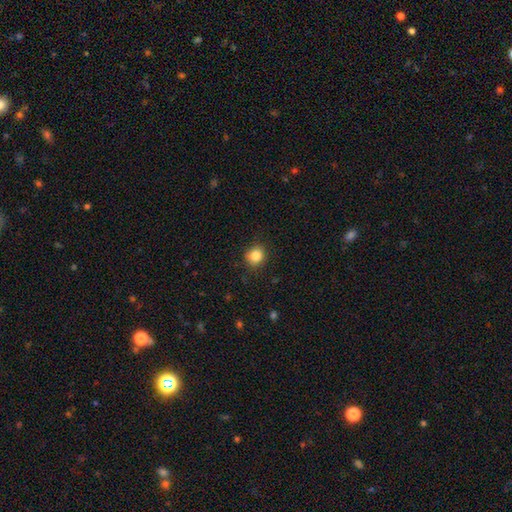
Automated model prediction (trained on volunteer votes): Smooth or featured?
  - smooth: 85% *
  - star or artifact: 10%
  - featured or disk: 5%
How rounded?
  - round: 85% *
  - in between: 14%
  - cigar-shaped: 1%
Merging?
  - none: 87% *
  - minor disturbance: 9%
  - major disturbance: 3%
  - merger: 1%